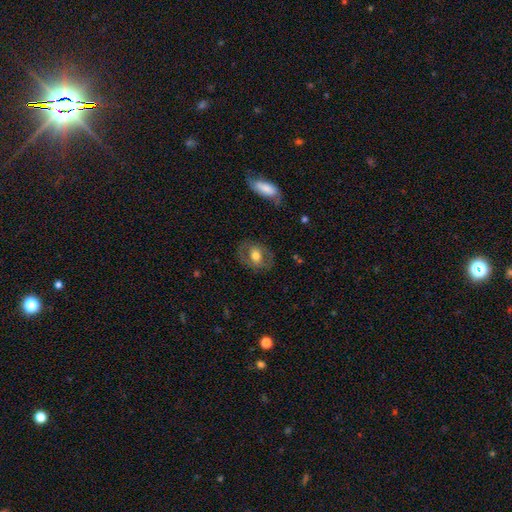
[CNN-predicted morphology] This is possibly a smooth galaxy (51%). How rounded: possibly in between (54%). Merging: likely none (75%).